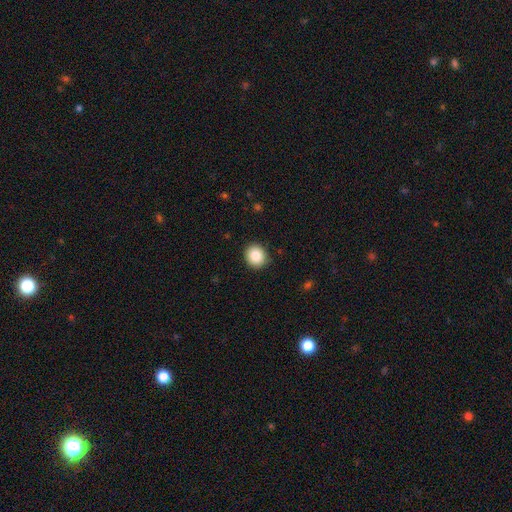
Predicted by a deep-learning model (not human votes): Smooth or featured?
  - smooth: 86% *
  - star or artifact: 9%
  - featured or disk: 6%
How rounded?
  - round: 84% *
  - in between: 15%
  - cigar-shaped: 1%
Merging?
  - none: 90% *
  - minor disturbance: 7%
  - major disturbance: 2%
  - merger: 1%